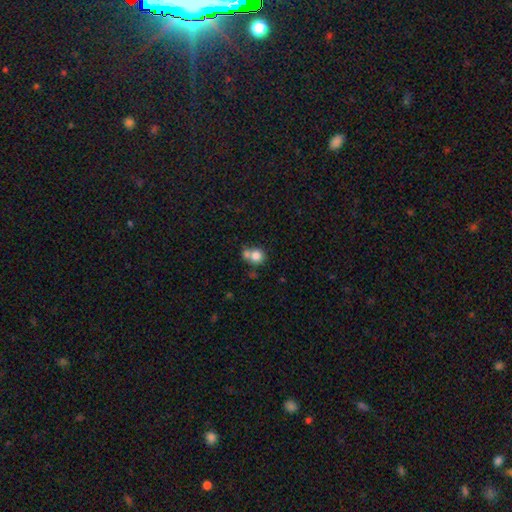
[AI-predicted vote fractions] Smooth or featured?
  - smooth: 80% *
  - star or artifact: 10%
  - featured or disk: 10%
How rounded?
  - round: 86% *
  - in between: 13%
  - cigar-shaped: 1%
Merging?
  - merger: 44% * (tied)
  - none: 44% * (tied)
  - minor disturbance: 9%
  - major disturbance: 4%